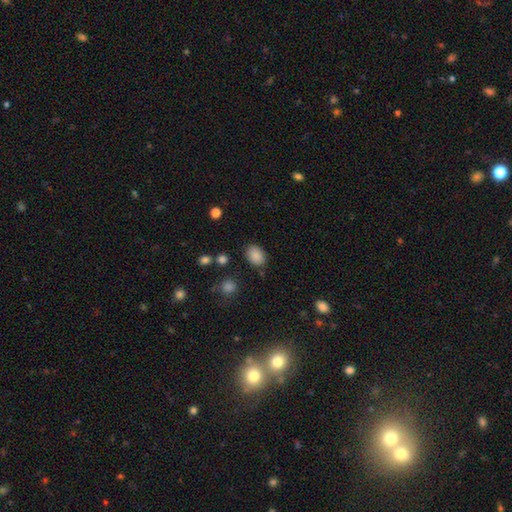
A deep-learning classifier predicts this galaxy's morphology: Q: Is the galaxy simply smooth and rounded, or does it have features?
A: smooth — 87%.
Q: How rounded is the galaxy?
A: in between — 74%.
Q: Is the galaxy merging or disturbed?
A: none — 83%.